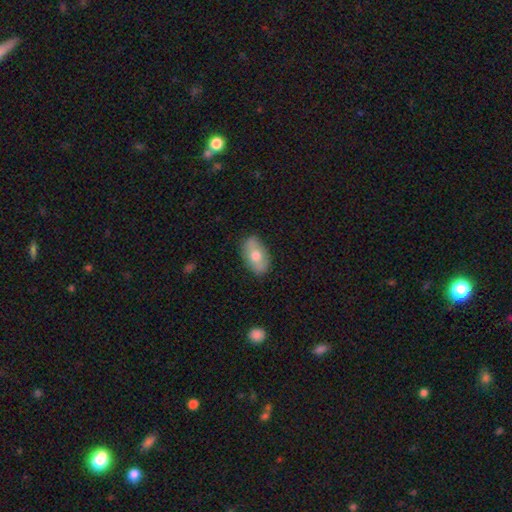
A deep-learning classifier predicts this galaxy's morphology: A smooth galaxy with no disk features (66%) that is in between round and cigar-shaped (91%). Merging: none (82%).